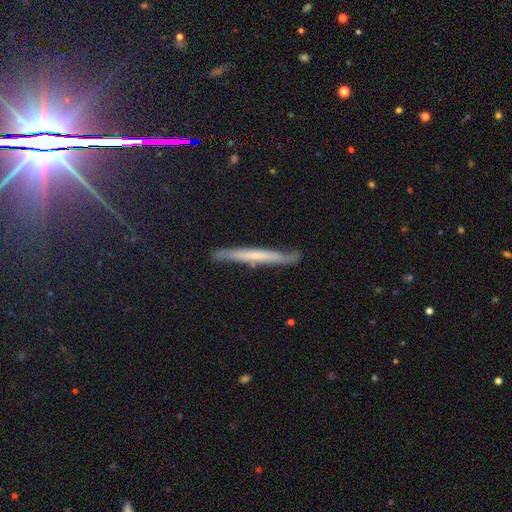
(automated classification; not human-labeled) A featured or disk galaxy (54%) viewed edge-on (89%).

Vote fractions:
- Smooth or featured? featured or disk: 54% / smooth: 37% / star or artifact: 9%
- Edge-on disk? yes: 89% / no: 11%
- Merging? none: 79% / minor disturbance: 17% / major disturbance: 3% / merger: 2%